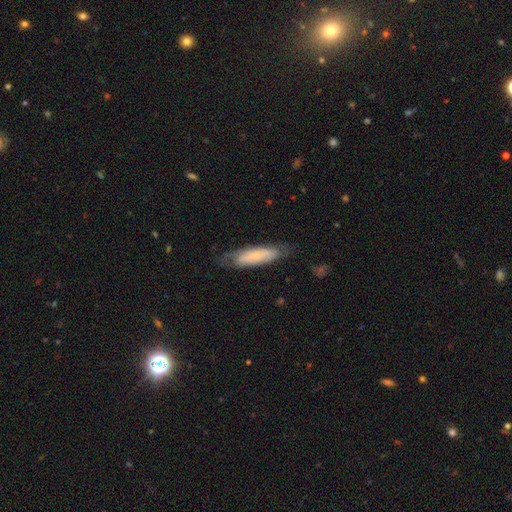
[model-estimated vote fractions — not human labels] Q: Smooth or featured?
A: smooth (49%); runner-up: featured or disk (44%)
Q: Merging?
A: none (65%); runner-up: minor disturbance (24%)